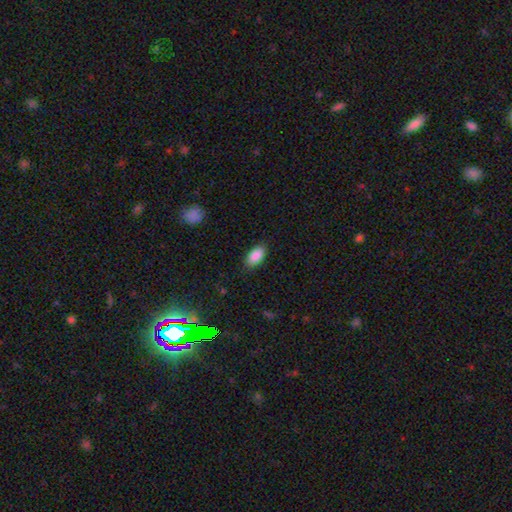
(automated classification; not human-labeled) Smooth or featured: smooth — 89% (star or artifact — 7%)
How rounded: in between — 93% (cigar-shaped — 4%)
Merging: none — 85% (minor disturbance — 11%)